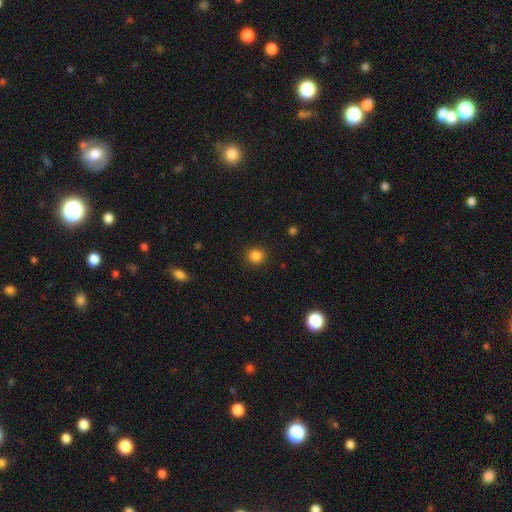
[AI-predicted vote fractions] Smooth or featured? smooth (85%)
How rounded? round (92%)
Merging? none (91%)